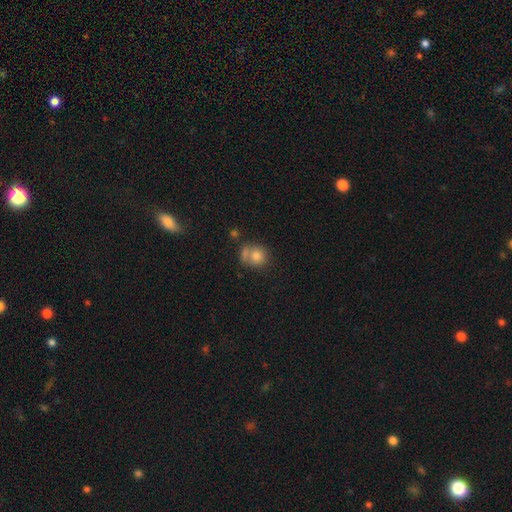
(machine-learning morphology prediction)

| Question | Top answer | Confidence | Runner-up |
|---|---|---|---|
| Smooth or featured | smooth | 78% | featured or disk (12%) |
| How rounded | round | 82% | in between (17%) |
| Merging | none | 50% | merger (27%) |